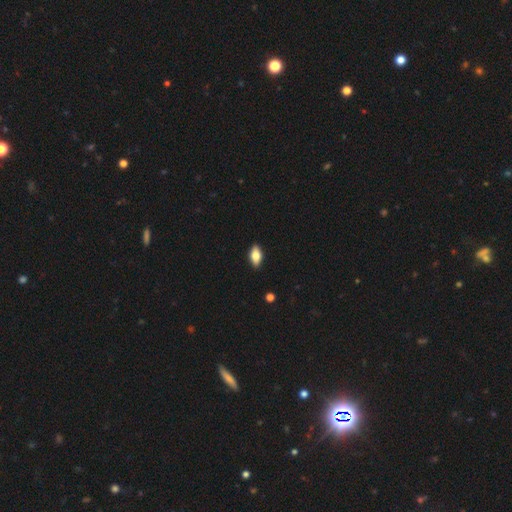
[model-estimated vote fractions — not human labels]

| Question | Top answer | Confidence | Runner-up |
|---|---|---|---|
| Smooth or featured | smooth | 75% | featured or disk (17%) |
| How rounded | in between | 89% | cigar-shaped (7%) |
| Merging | none | 88% | minor disturbance (9%) |